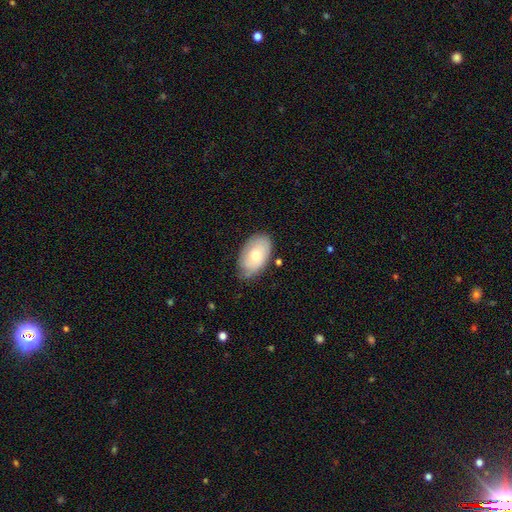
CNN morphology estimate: Smooth or featured: smooth — 63% (featured or disk — 30%)
How rounded: in between — 92% (round — 7%)
Merging: none — 70% (minor disturbance — 24%)